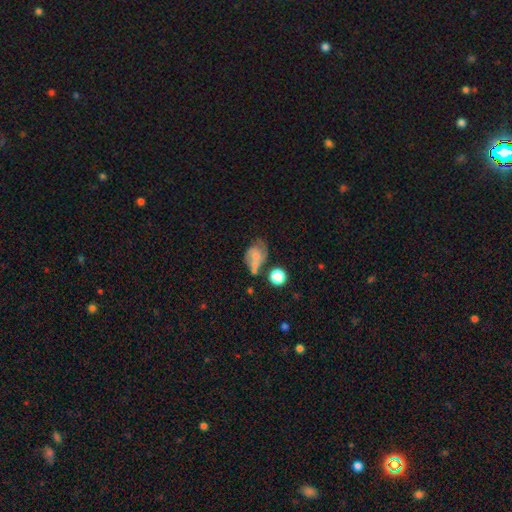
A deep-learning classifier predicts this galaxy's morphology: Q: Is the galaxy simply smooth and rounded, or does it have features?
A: featured or disk — 46%.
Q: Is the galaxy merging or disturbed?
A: none — 36%.